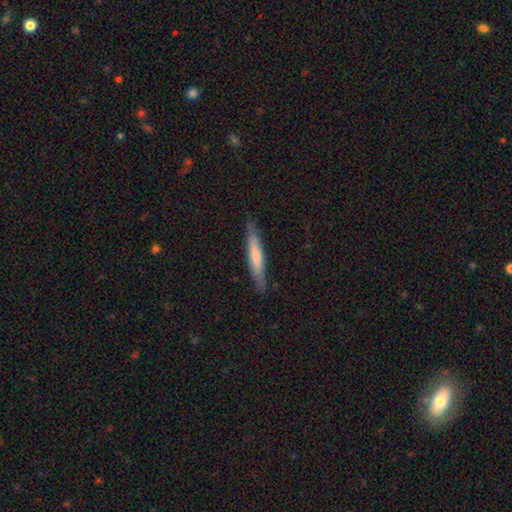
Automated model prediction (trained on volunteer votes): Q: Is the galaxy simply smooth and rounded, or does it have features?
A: featured or disk — 48%.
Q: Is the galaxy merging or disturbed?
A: none — 89%.